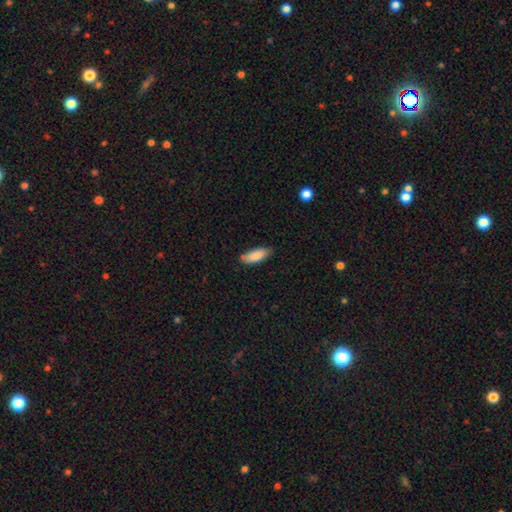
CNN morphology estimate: Q: Smooth or featured?
A: smooth (87%); runner-up: featured or disk (7%)
Q: How rounded?
A: in between (75%); runner-up: cigar-shaped (24%)
Q: Merging?
A: none (79%); runner-up: minor disturbance (17%)